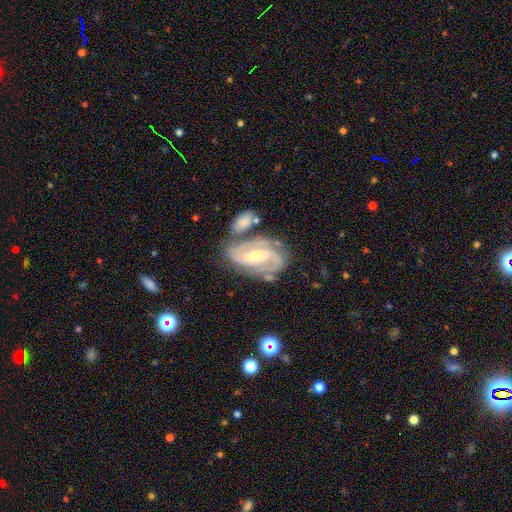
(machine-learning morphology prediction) A featured or disk galaxy (88%) with a weak bar (40%), 2 (69%) tight (48%) spiral arms (97%) and a small central bulge (57%).

Vote fractions:
- Smooth or featured? featured or disk: 88% / smooth: 7% / star or artifact: 5%
- Edge-on disk? no: 96% / yes: 4%
- Bar? weak: 40% / strong: 38% / no: 21%
- Spiral arms? yes: 97% / no: 3%
- Spiral winding? tight: 48% / medium: 43% / loose: 9%
- Spiral arm count? 2: 69% / 3: 14% / can't tell: 10% / 4: 3% / 1: 3% / more than 4: 2%
- Bulge size? small: 57% / moderate: 39% / large: 2% / none: 1% / dominant: 1%
- Merging? none: 57% / minor disturbance: 18% / merger: 17% / major disturbance: 8%